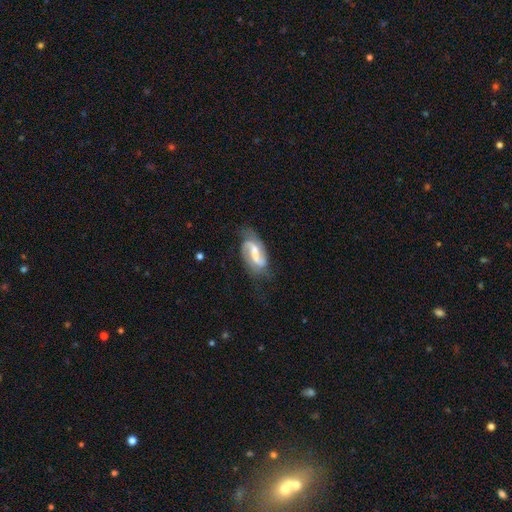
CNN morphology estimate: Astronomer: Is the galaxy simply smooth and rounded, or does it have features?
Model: featured or disk — 82%.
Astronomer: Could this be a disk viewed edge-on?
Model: no — 96%.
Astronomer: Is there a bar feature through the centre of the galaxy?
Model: weak — 43%, tied with strong at 43%.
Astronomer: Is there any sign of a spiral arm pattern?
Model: yes — 95%.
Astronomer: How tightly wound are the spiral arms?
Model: loose — 42% (runner-up: medium, 41%).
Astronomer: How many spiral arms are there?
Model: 2 — 88%.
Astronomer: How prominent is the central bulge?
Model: small — 32% (runner-up: moderate, 31%).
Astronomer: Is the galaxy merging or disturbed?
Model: none — 68%.